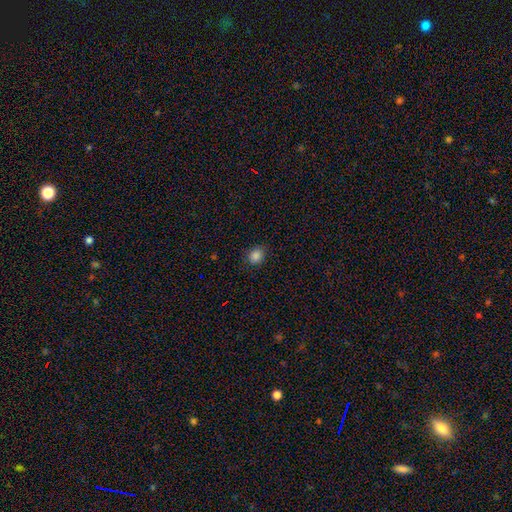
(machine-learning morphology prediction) This is clearly a smooth galaxy (85%). How rounded: likely round (60%). Merging: clearly none (86%).